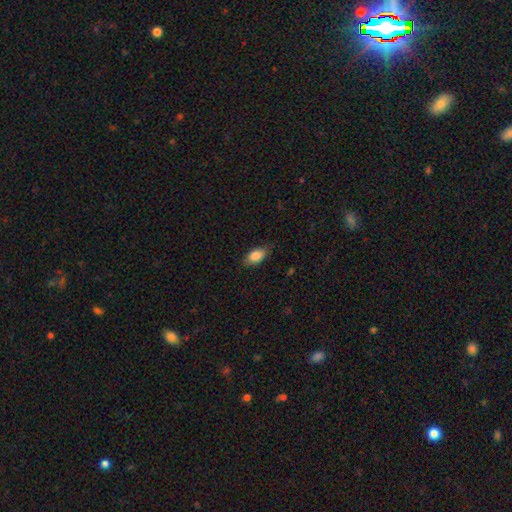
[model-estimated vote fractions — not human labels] A smooth galaxy with no disk features (85%) that is in between round and cigar-shaped (89%).

Vote fractions:
- Smooth or featured? smooth: 85% / featured or disk: 8% / star or artifact: 7%
- How rounded? in between: 89% / round: 5% / cigar-shaped: 5%
- Merging? none: 79% / minor disturbance: 17% / major disturbance: 4% / merger: 1%